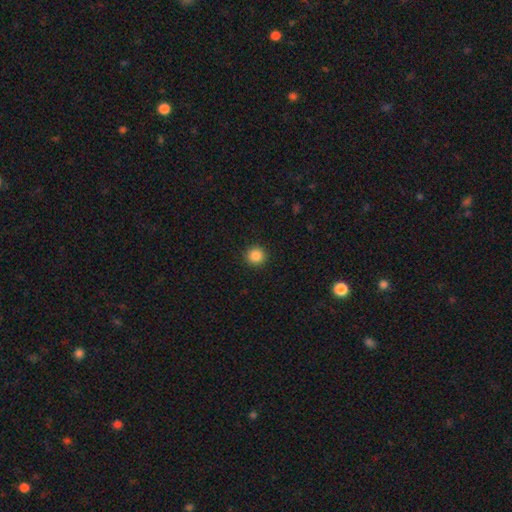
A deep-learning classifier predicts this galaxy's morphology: Smooth or featured: smooth — 86% (star or artifact — 10%)
How rounded: round — 94% (in between — 5%)
Merging: none — 93% (minor disturbance — 5%)